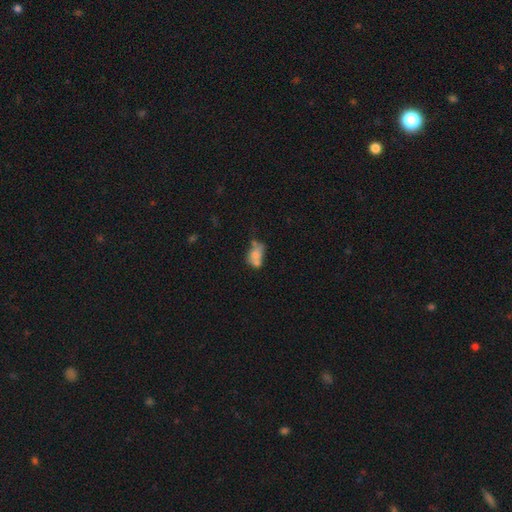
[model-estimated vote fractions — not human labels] Smooth or featured? smooth (63%)
How rounded? in between (80%)
Merging? merger (40%)